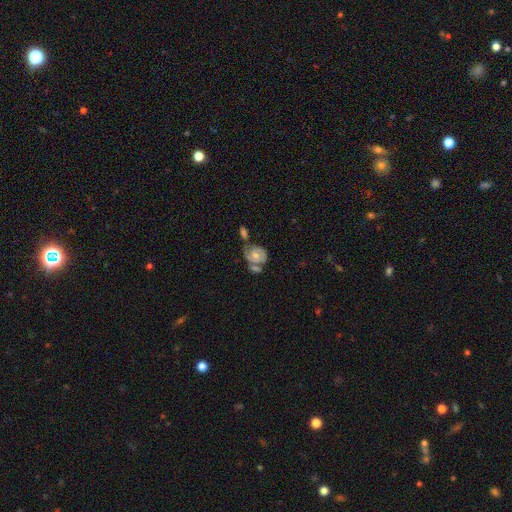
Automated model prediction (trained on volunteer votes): Smooth or featured? featured or disk (72%)
Edge-on disk? no (97%)
Bar? no (71%)
Spiral arms? yes (88%)
Spiral winding? tight (60%)
Spiral arm count? 2 (55%)
Bulge size? moderate (46%)
Merging? merger (36%)